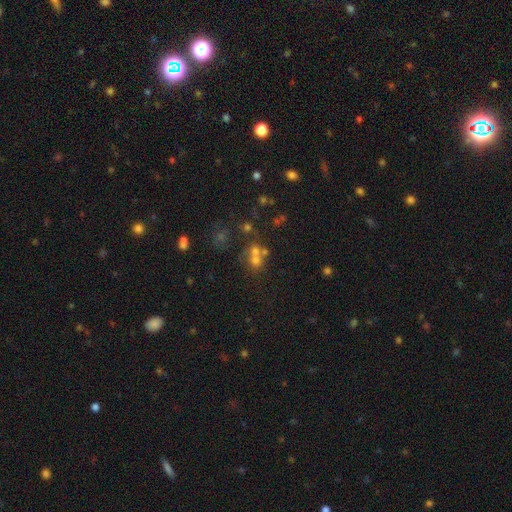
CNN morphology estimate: Smooth or featured? Predicted: smooth (p=0.58). How rounded? Predicted: round (p=0.76). Merging? Predicted: merger (p=0.51).